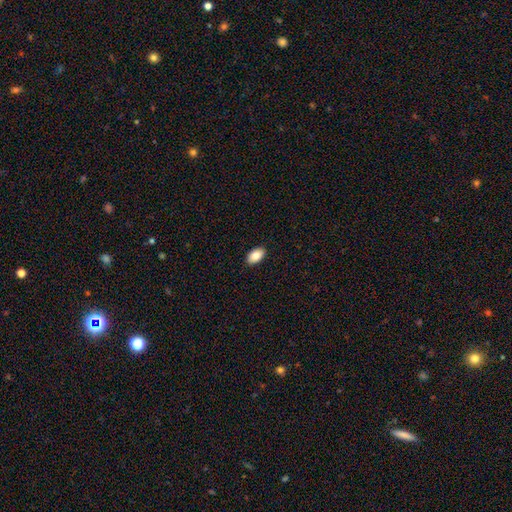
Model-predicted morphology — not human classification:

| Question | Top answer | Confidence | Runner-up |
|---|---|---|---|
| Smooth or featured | smooth | 86% | star or artifact (7%) |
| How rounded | in between | 94% | round (5%) |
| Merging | none | 90% | minor disturbance (7%) |